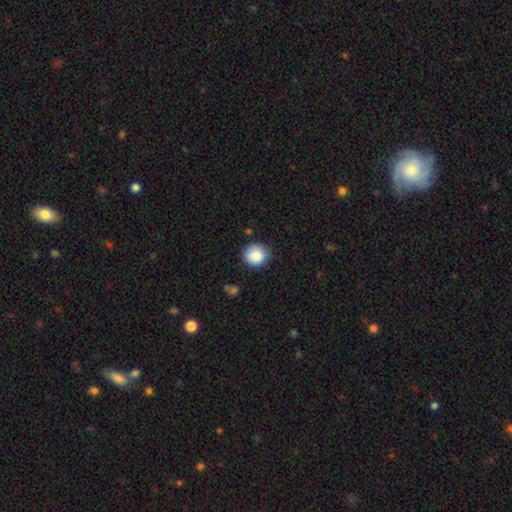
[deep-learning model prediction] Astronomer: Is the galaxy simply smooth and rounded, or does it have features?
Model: smooth — 88%.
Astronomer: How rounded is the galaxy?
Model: round — 91%.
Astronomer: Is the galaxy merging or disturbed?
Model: none — 86%.